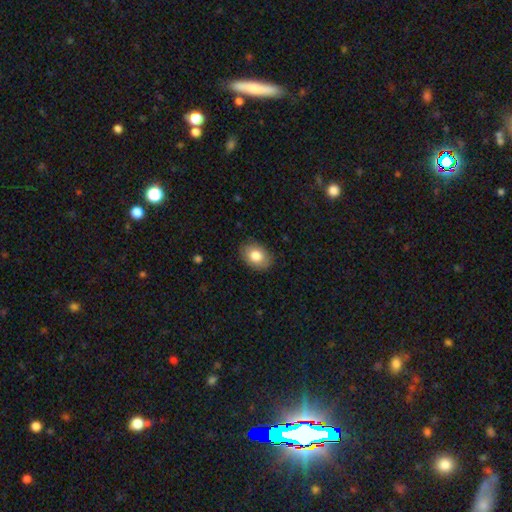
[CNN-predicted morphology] A smooth galaxy with no disk features (82%) that is in between round and cigar-shaped (76%).

Vote fractions:
- Smooth or featured? smooth: 82% / featured or disk: 11% / star or artifact: 7%
- How rounded? in between: 76% / round: 23% / cigar-shaped: 1%
- Merging? none: 86% / minor disturbance: 11% / major disturbance: 2% / merger: 1%